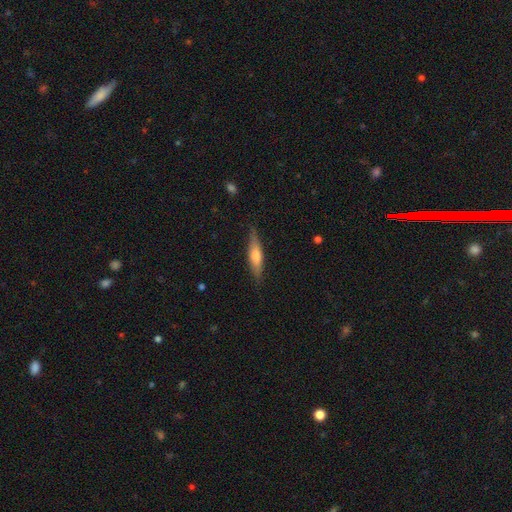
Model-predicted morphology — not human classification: The model was most divided on "smooth or featured": featured or disk: 50%, smooth: 44%, star or artifact: 6%. More confident: edge-on disk — yes (94%); merging — none (85%).